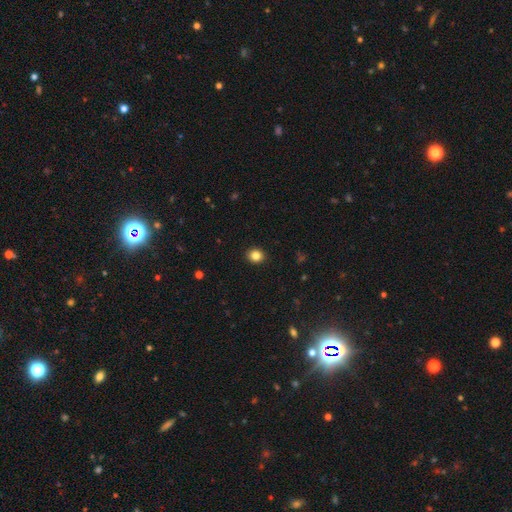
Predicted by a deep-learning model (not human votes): Smooth or featured? smooth (84%)
How rounded? round (76%)
Merging? none (92%)